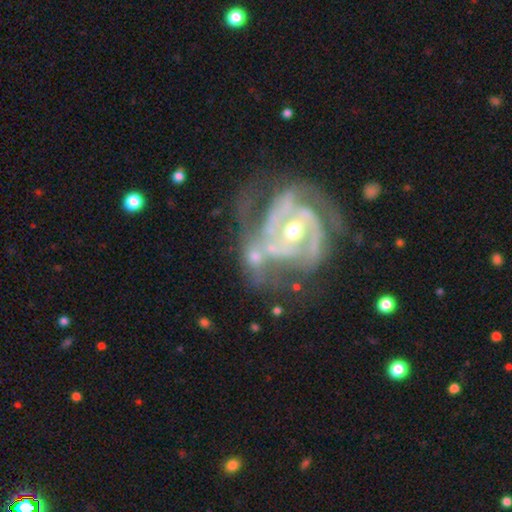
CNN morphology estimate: smooth-or-featured: featured or disk: 82% | smooth: 11% | star or artifact: 8%
  disk-edge-on: no: 97% | yes: 3%
    bar: no: 56% | weak: 29% | strong: 15%
    has-spiral-arms: yes: 83% | no: 17%
      spiral-winding: medium: 42% | tight: 41% | loose: 17%
      spiral-arm-count: 2: 36% | can't tell: 24% | 3: 24% | 1: 7% | 4: 6% | more than 4: 4%
    bulge-size: moderate: 66% | small: 28% | large: 4% | none: 2% | dominant: 1%
  merging: major disturbance: 29% | none: 28% | merger: 25% | minor disturbance: 18%